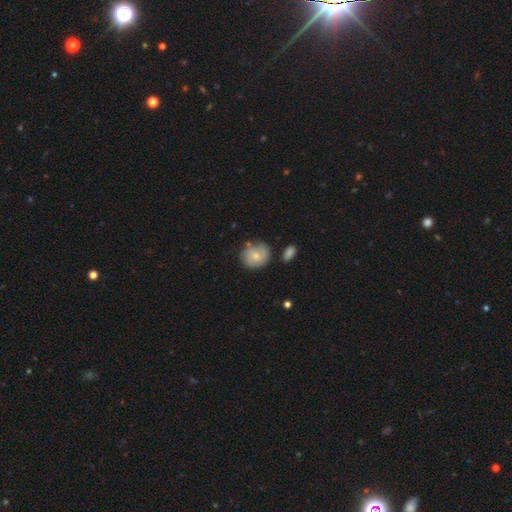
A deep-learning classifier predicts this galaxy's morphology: Smooth or featured? smooth (60%)
How rounded? round (71%)
Merging? none (66%)